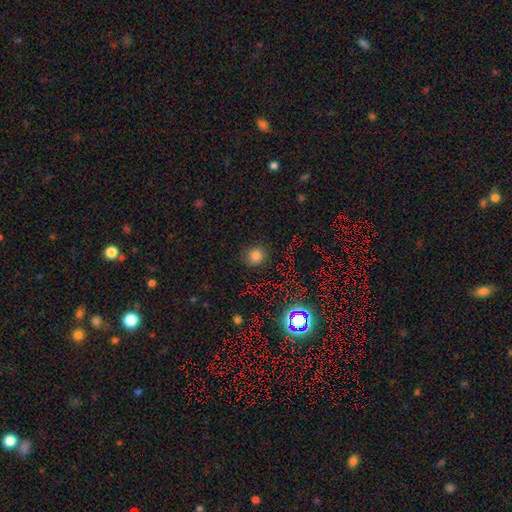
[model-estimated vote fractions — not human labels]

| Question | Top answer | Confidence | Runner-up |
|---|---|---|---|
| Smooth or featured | smooth | 77% | star or artifact (18%) |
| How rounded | round | 85% | in between (14%) |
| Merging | none | 85% | minor disturbance (11%) |